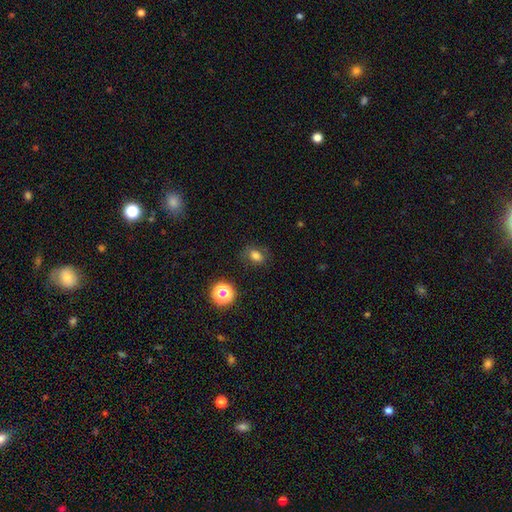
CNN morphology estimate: smooth-or-featured: smooth: 78% | star or artifact: 15% | featured or disk: 7%
  how-rounded: in between: 68% | round: 30% | cigar-shaped: 2%
  merging: none: 79% | minor disturbance: 14% | major disturbance: 5% | merger: 2%